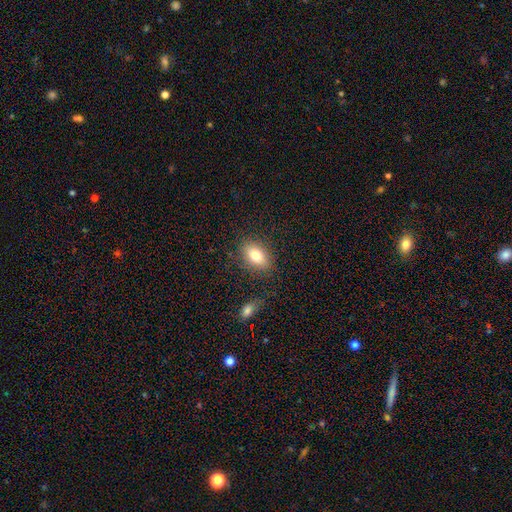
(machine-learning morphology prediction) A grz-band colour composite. It shows a smooth galaxy with no disk features (79%) that is in between round and cigar-shaped (83%). Merging: none (81%).